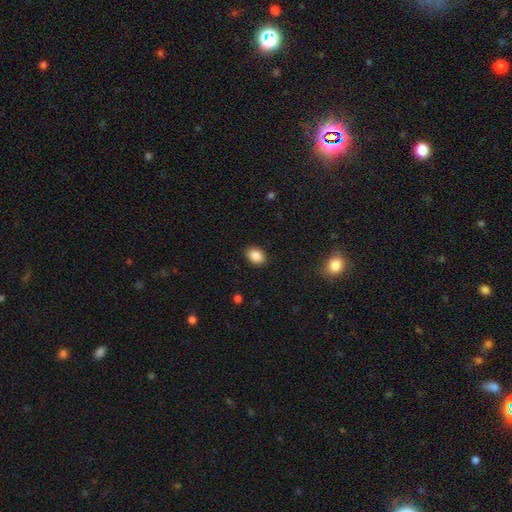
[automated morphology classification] Overall: smooth (87%). How rounded: in between (70%). Merging: none (90%).